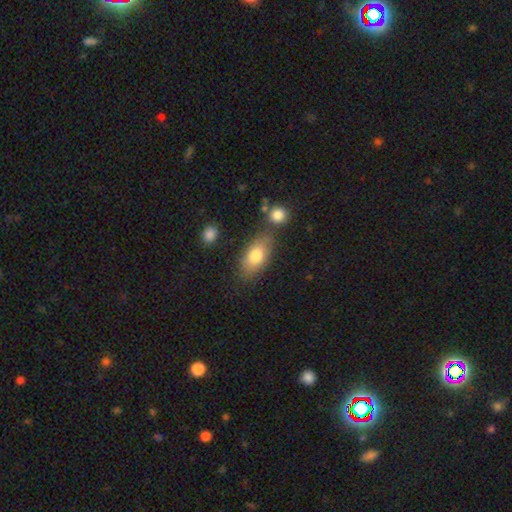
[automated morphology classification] Smooth or featured: smooth — 77% (featured or disk — 16%)
How rounded: in between — 87% (round — 7%)
Merging: none — 69% (minor disturbance — 15%)